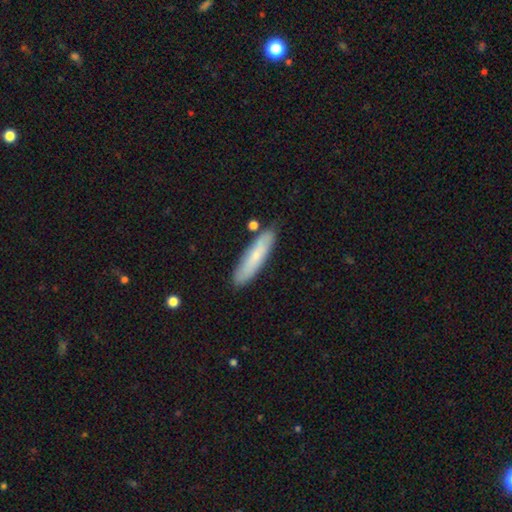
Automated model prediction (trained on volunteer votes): Smooth or featured? smooth (64%)
How rounded? cigar-shaped (76%)
Merging? none (83%)